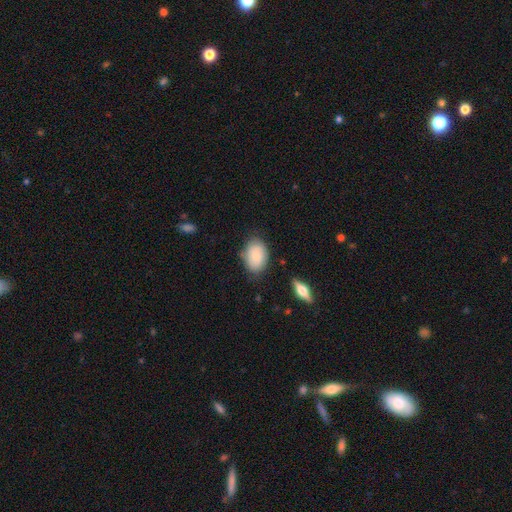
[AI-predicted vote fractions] Smooth or featured? Predicted: smooth (p=0.82). How rounded? Predicted: in between (p=0.85). Merging? Predicted: none (p=0.74).